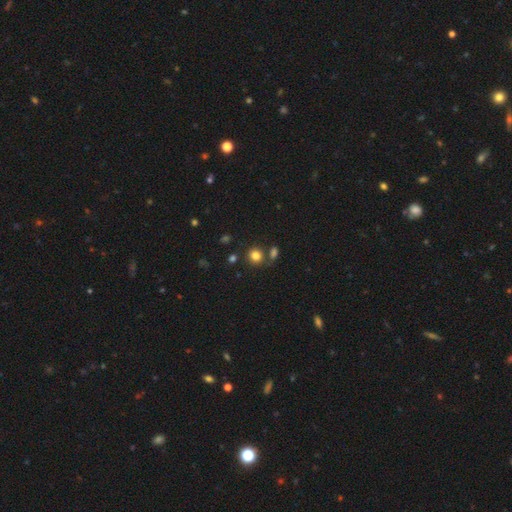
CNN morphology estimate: A smooth galaxy with no disk features (81%) that is round (85%).

Vote fractions:
- Smooth or featured? smooth: 81% / star or artifact: 13% / featured or disk: 6%
- How rounded? round: 85% / in between: 14% / cigar-shaped: 1%
- Merging? none: 73% / merger: 14% / minor disturbance: 9% / major disturbance: 4%